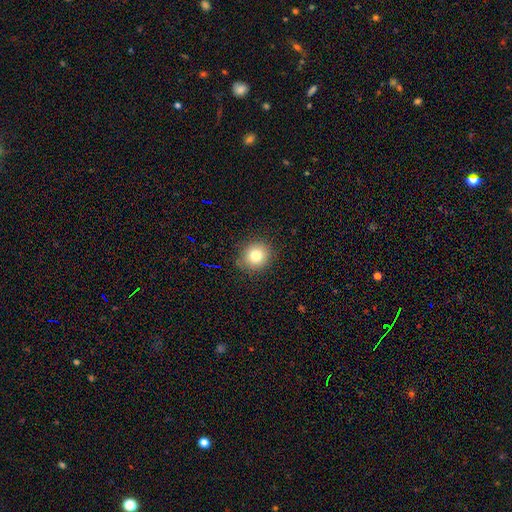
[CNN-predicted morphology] This is clearly a smooth galaxy (81%). How rounded: clearly round (87%). Merging: clearly none (86%).